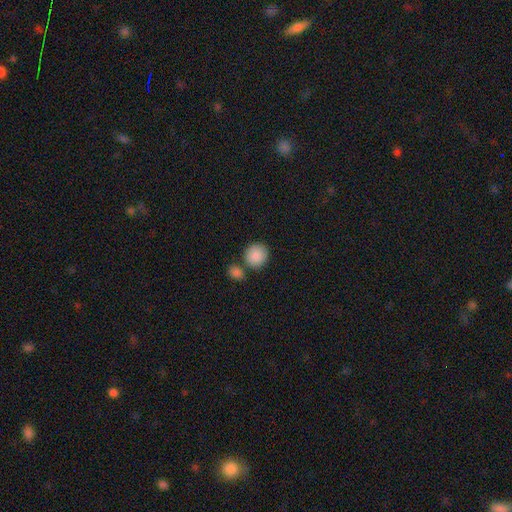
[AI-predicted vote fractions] Overall: smooth (89%). How rounded: round (86%). Merging: none (67%).